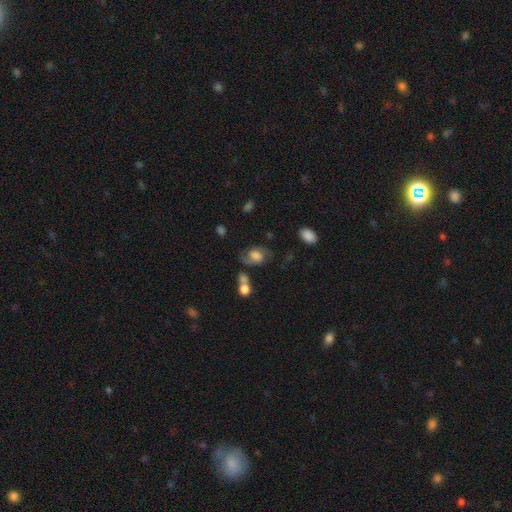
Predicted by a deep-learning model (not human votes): Morphology: type=featured or disk (65%); edge-on=no (97%); bar=no (49%); spiral arms=yes (89%); winding=medium (47%); arm count=2 (89%); bulge=large (42%); merging=none (58%).